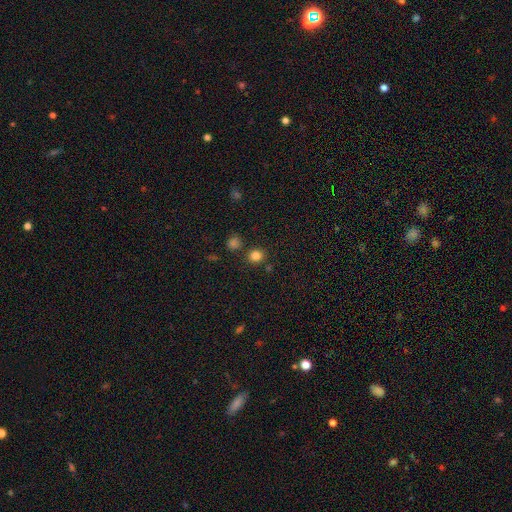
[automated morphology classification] Q: Smooth or featured?
A: smooth (83%); runner-up: star or artifact (13%)
Q: How rounded?
A: round (87%); runner-up: in between (12%)
Q: Merging?
A: none (83%); runner-up: minor disturbance (7%)